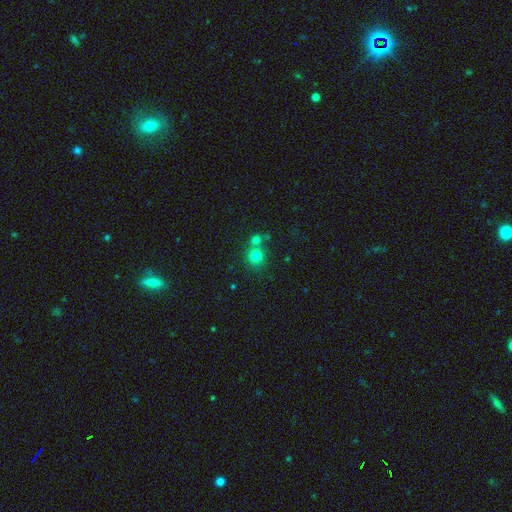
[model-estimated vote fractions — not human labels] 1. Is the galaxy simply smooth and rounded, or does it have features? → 78% smooth, 14% star or artifact, 8% featured or disk.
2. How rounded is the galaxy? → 90% round, 9% in between, 1% cigar-shaped.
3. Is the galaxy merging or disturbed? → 59% none, 32% merger, 7% minor disturbance, 3% major disturbance.